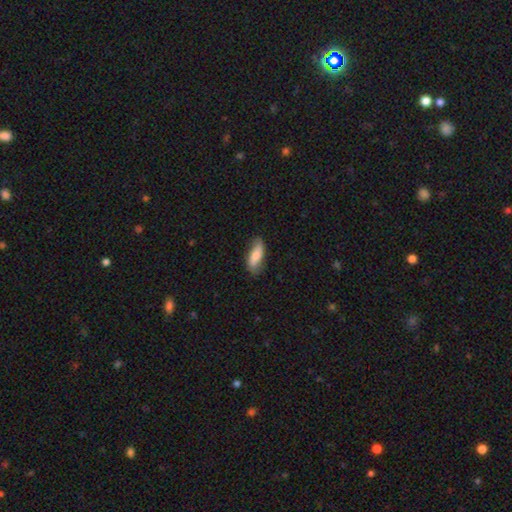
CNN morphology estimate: A smooth galaxy with no disk features (72%) that is in between round and cigar-shaped (68%). Merging: none (75%).